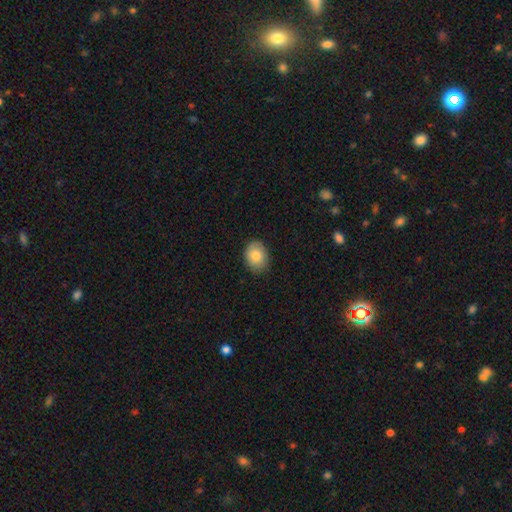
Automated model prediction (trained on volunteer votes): Overall: smooth (83%). How rounded: in between (67%; round 32%). Merging: none (87%).